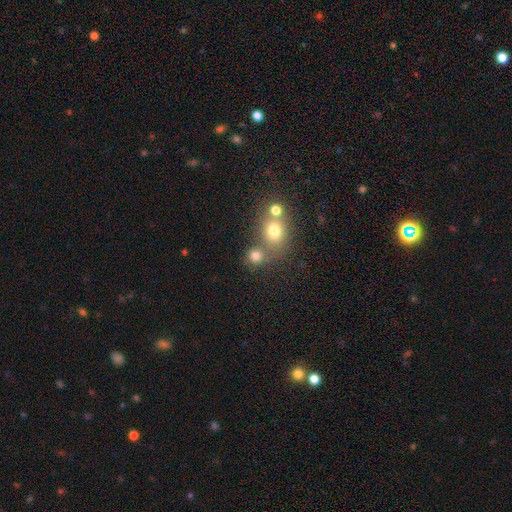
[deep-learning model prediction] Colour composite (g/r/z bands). It shows a smooth galaxy with no disk features (75%) that is round (79%). Merging: none (52%).